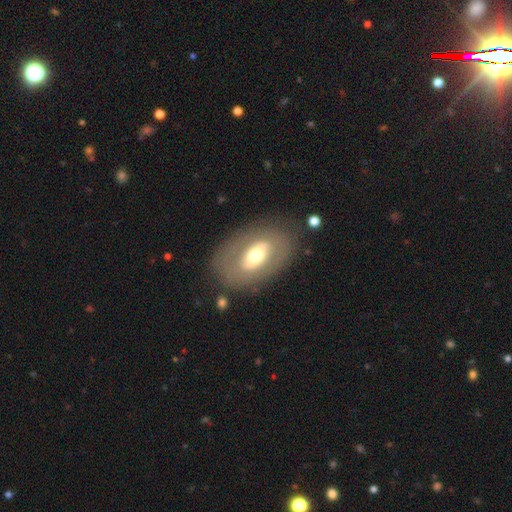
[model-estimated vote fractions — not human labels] Smooth or featured? featured or disk (52%)
Edge-on disk? no (89%)
Merging? none (78%)